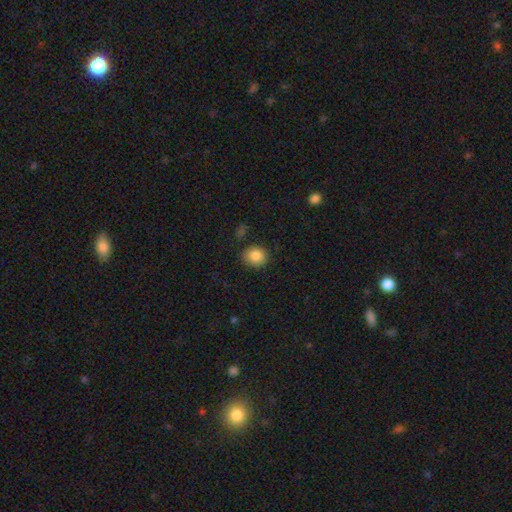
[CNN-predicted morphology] This appears to be a smooth galaxy with no disk features (85%) that is round (79%). Merging: none (84%).